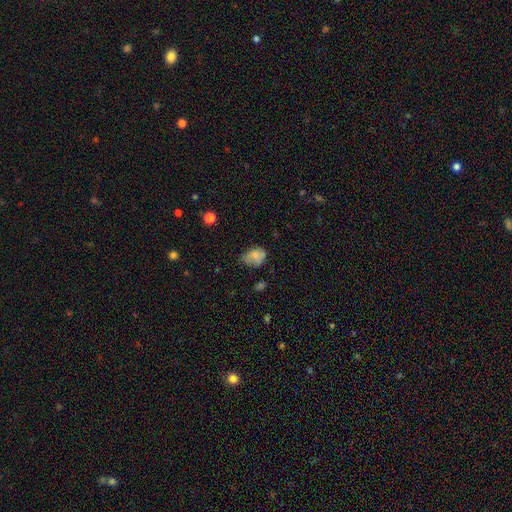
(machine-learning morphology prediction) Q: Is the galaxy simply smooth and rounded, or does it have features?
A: smooth — 69%.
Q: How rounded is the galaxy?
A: in between — 72%.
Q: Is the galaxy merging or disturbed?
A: none — 45%.